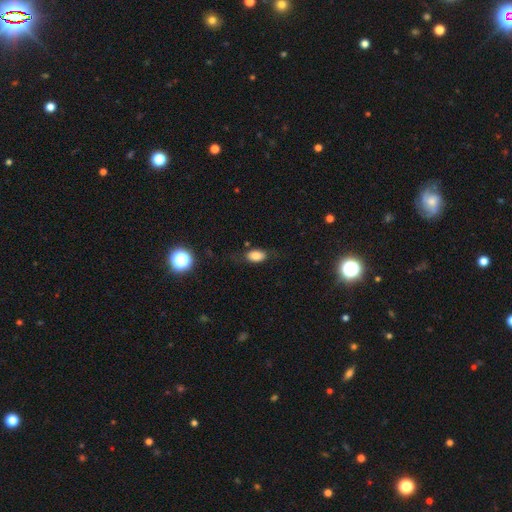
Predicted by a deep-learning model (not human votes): Smooth or featured?
  - smooth: 79% *
  - star or artifact: 11%
  - featured or disk: 10%
How rounded?
  - in between: 88% *
  - round: 9%
  - cigar-shaped: 3%
Merging?
  - none: 72% *
  - minor disturbance: 18%
  - major disturbance: 8%
  - merger: 2%